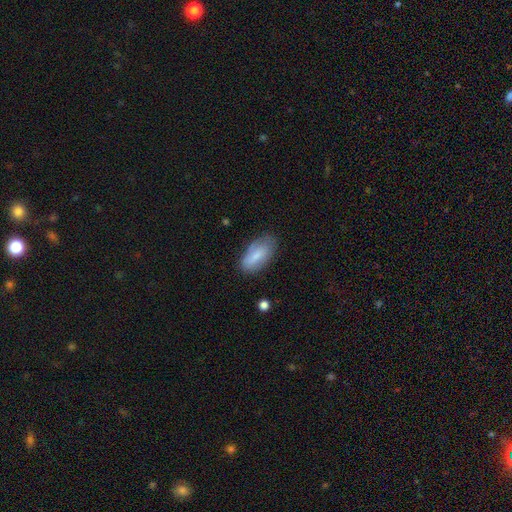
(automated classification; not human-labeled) Smooth or featured?
  - smooth: 71% *
  - featured or disk: 22%
  - star or artifact: 7%
How rounded?
  - in between: 91% *
  - cigar-shaped: 6%
  - round: 2%
Merging?
  - none: 71% *
  - minor disturbance: 22%
  - major disturbance: 5%
  - merger: 2%